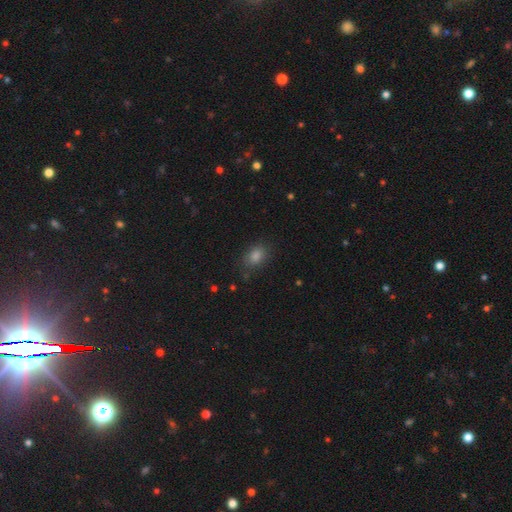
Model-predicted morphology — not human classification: Smooth or featured?
  - smooth: 79% *
  - star or artifact: 15%
  - featured or disk: 7%
How rounded?
  - in between: 69% *
  - round: 29%
  - cigar-shaped: 2%
Merging?
  - none: 79% *
  - minor disturbance: 14%
  - major disturbance: 5%
  - merger: 2%